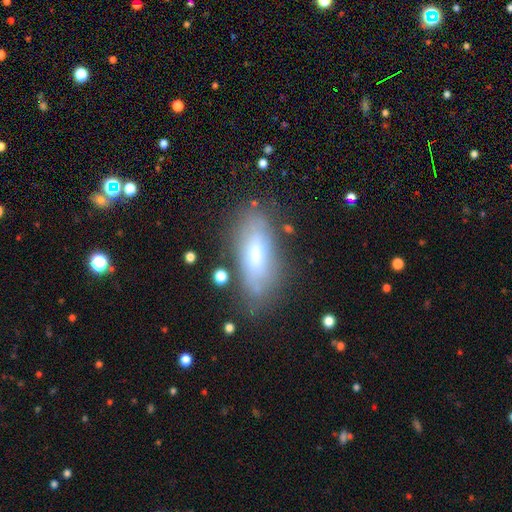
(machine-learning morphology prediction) smooth 53%, featured or disk 38%, star or artifact 9%. Down the decision tree: how rounded — in between (70%); merging — none (75%).